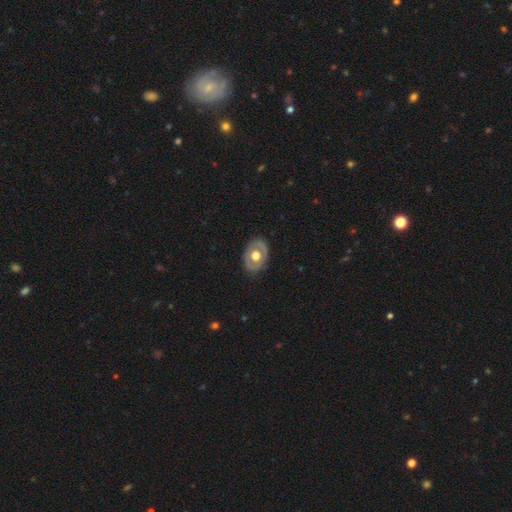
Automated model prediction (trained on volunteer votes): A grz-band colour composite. It shows a featured or disk galaxy (52%). Merging: none (82%).